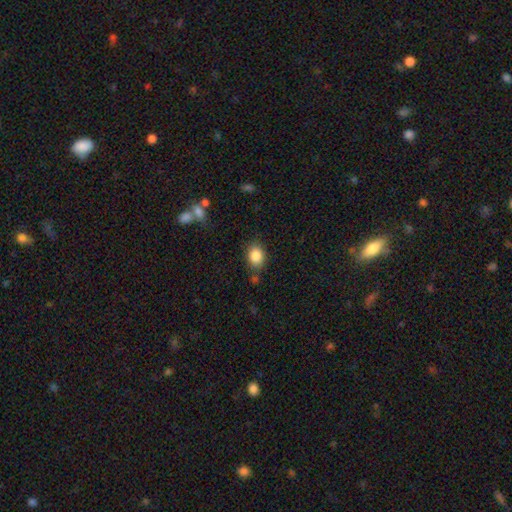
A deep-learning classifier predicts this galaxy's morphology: This is clearly a smooth galaxy (86%). How rounded: likely in between (67%). Merging: likely none (78%).